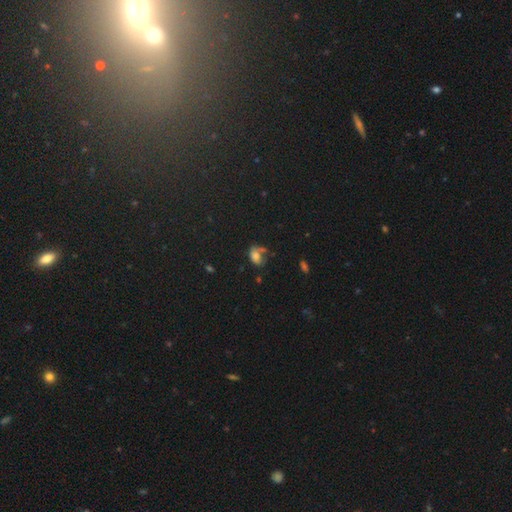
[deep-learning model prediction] This appears to be a smooth galaxy with no disk features (67%) that is in between round and cigar-shaped (82%). Merging: none (36%).